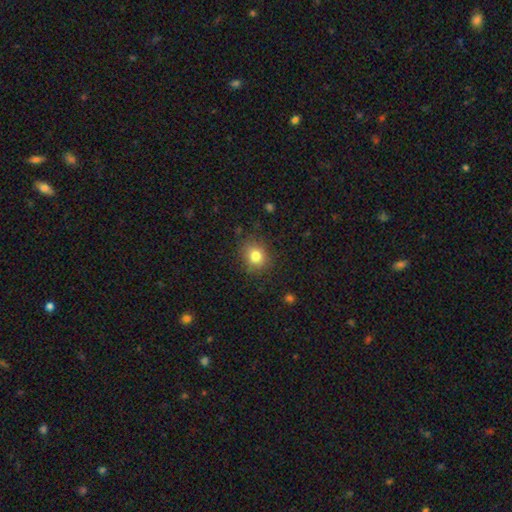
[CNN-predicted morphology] Smooth or featured?
  - smooth: 80% *
  - star or artifact: 12%
  - featured or disk: 8%
How rounded?
  - round: 70% *
  - in between: 30%
  - cigar-shaped: 1%
Merging?
  - none: 83% *
  - minor disturbance: 12%
  - major disturbance: 4%
  - merger: 1%